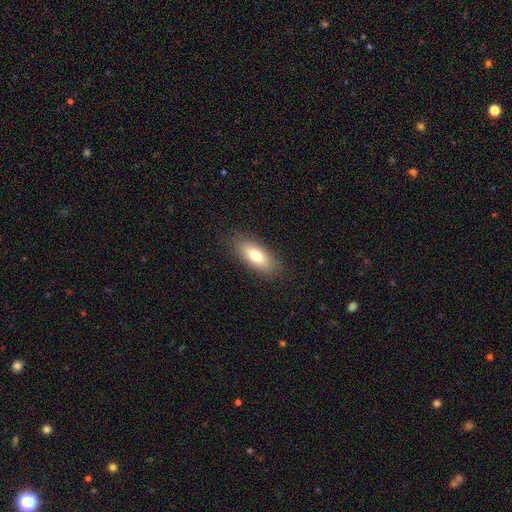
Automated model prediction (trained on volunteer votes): Morphology: type=smooth (74%); roundness=in between (74%); merging=none (87%).